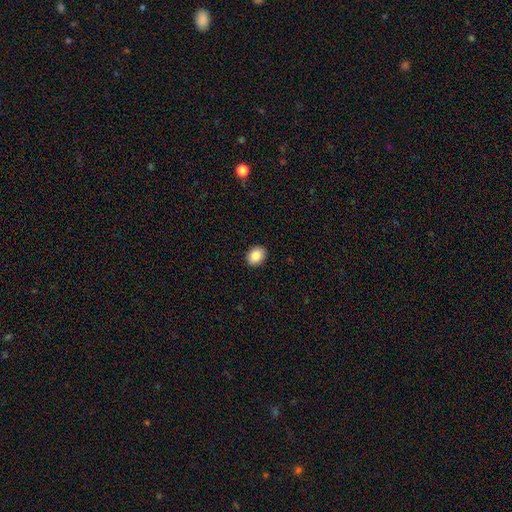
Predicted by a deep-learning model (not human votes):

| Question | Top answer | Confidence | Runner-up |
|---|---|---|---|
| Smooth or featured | smooth | 88% | star or artifact (8%) |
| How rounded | in between | 64% | round (35%) |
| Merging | none | 90% | minor disturbance (7%) |